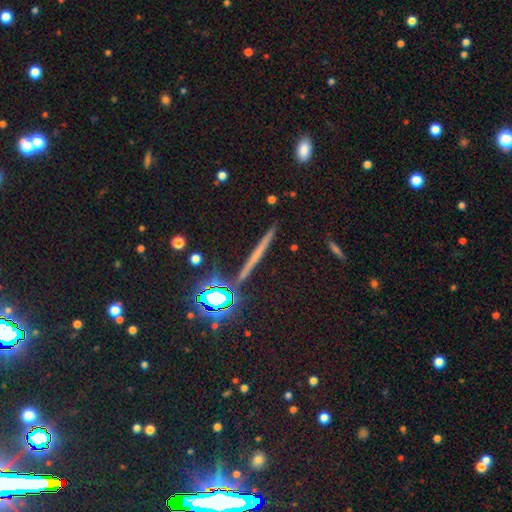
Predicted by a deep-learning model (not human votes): Smooth or featured?
  - featured or disk: 46% *
  - smooth: 28%
  - star or artifact: 26%
Merging?
  - none: 90% *
  - minor disturbance: 6%
  - merger: 2%
  - major disturbance: 2%